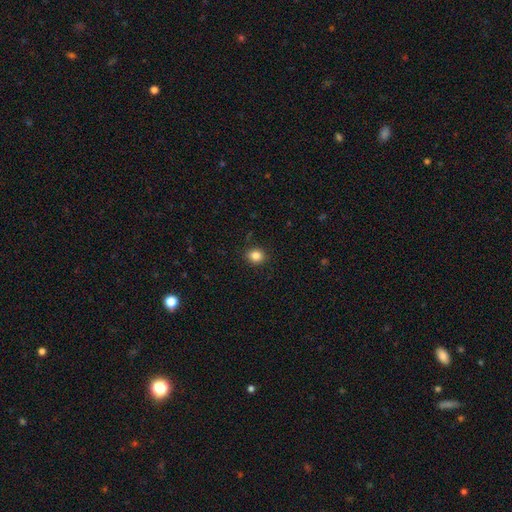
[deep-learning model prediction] Q: Smooth or featured?
A: smooth (84%); runner-up: star or artifact (11%)
Q: How rounded?
A: round (73%); runner-up: in between (26%)
Q: Merging?
A: none (90%); runner-up: minor disturbance (7%)